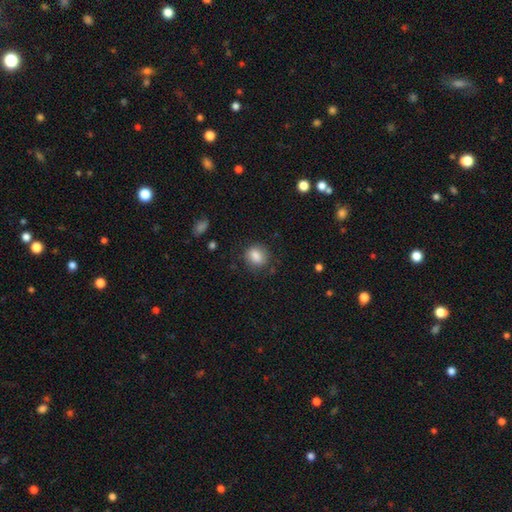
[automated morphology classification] Smooth or featured? smooth (84%)
How rounded? round (64%)
Merging? none (78%)